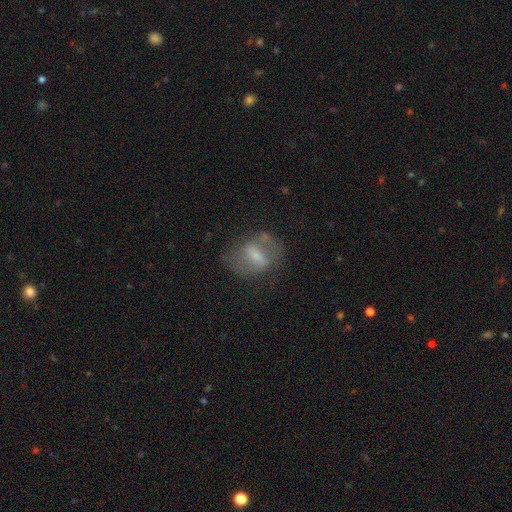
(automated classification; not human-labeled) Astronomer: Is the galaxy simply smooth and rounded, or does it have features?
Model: featured or disk — 54% (runner-up: smooth, 37%).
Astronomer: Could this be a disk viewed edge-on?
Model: no — 93%.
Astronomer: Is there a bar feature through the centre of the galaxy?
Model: strong — 44% (runner-up: weak, 39%).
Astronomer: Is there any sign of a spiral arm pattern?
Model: yes — 54% (runner-up: no, 46%).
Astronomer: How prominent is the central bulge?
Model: small — 34% (runner-up: moderate, 33%).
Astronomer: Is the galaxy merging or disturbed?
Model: none — 59%.